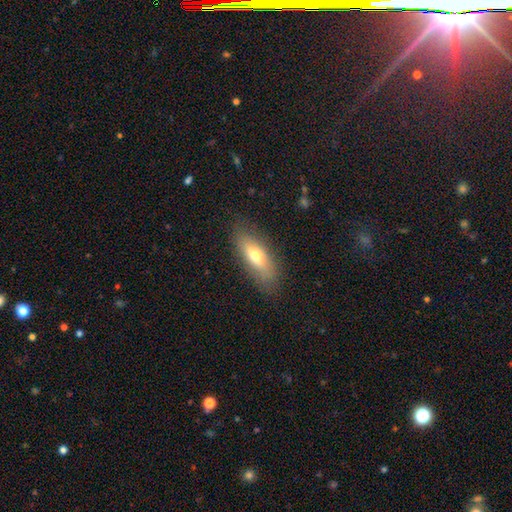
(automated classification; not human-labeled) Smooth or featured: smooth — 64% (featured or disk — 28%)
How rounded: in between — 59% (cigar-shaped — 38%)
Merging: none — 83% (minor disturbance — 12%)